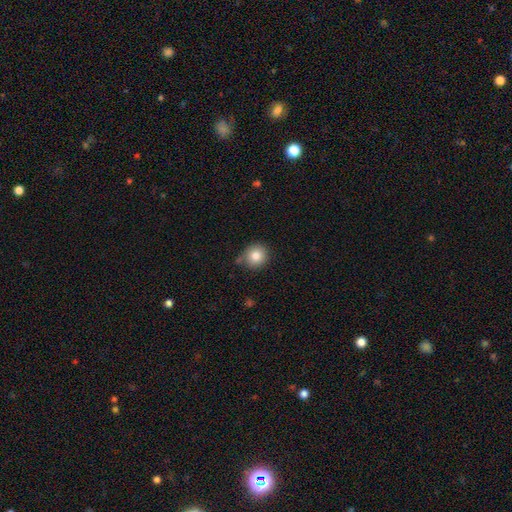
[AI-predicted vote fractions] This is clearly a smooth galaxy (82%). How rounded: clearly round (90%). Merging: likely none (76%).